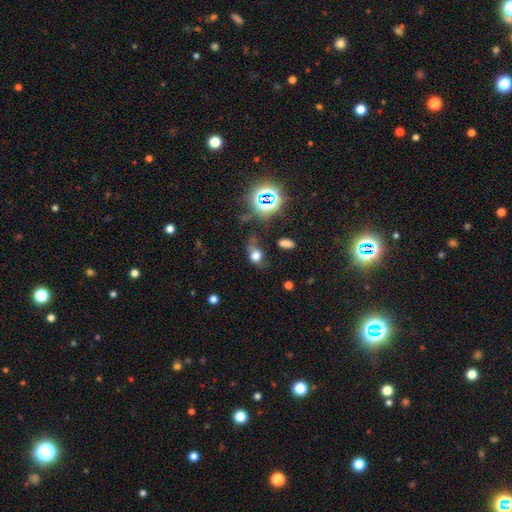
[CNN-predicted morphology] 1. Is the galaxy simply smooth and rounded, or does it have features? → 57% smooth, 26% star or artifact, 16% featured or disk.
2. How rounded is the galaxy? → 55% in between, 42% round, 3% cigar-shaped.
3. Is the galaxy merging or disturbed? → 47% none, 25% minor disturbance, 19% major disturbance, 9% merger.